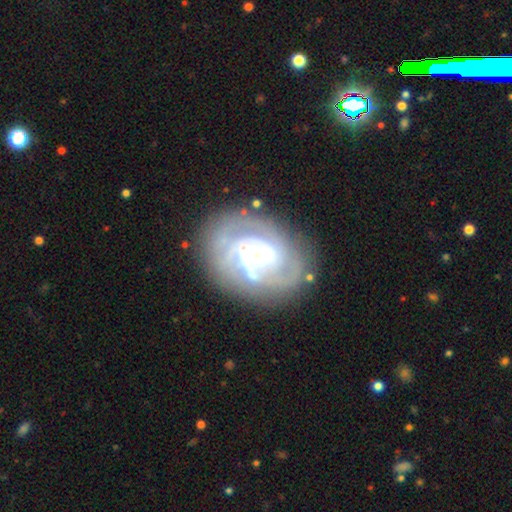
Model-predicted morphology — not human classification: Smooth or featured?
  - featured or disk: 80% *
  - smooth: 12%
  - star or artifact: 7%
Edge-on disk?
  - no: 97% *
  - yes: 3%
Bar?
  - weak: 41% *
  - no: 34%
  - strong: 25%
Spiral arms?
  - yes: 86% *
  - no: 14%
Spiral winding?
  - tight: 55% *
  - medium: 33%
  - loose: 12%
Spiral arm count?
  - 2: 32% *
  - can't tell: 31%
  - 3: 18%
  - 1: 8%
  - 4: 6%
  - more than 4: 4%
Bulge size?
  - small: 56% *
  - moderate: 23%
  - none: 13%
  - large: 6%
  - dominant: 2%
Merging?
  - none: 66% *
  - minor disturbance: 18%
  - major disturbance: 12%
  - merger: 4%